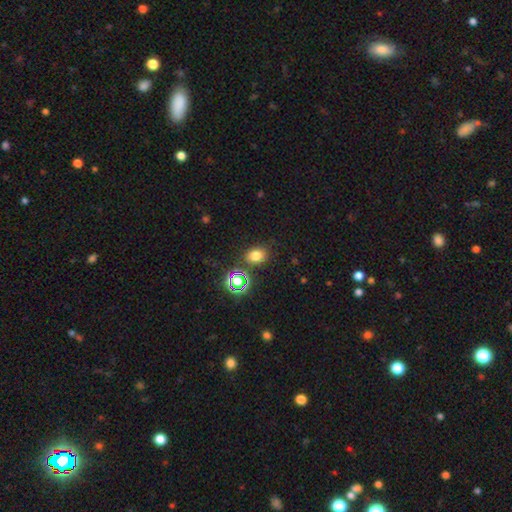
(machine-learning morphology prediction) Smooth or featured: smooth — 72% (star or artifact — 21%)
How rounded: in between — 54% (round — 45%)
Merging: none — 80% (minor disturbance — 11%)